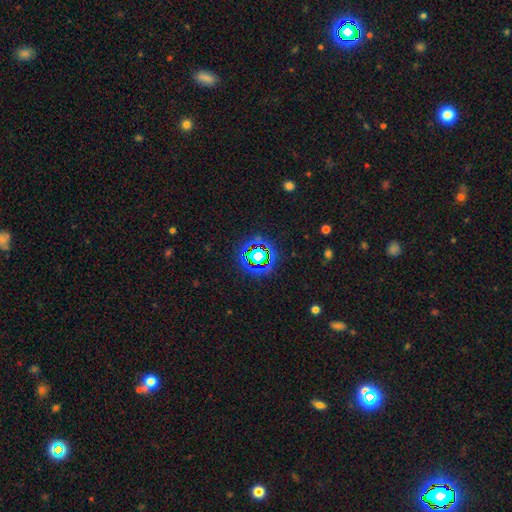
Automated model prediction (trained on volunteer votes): Overall: star or artifact (70%).